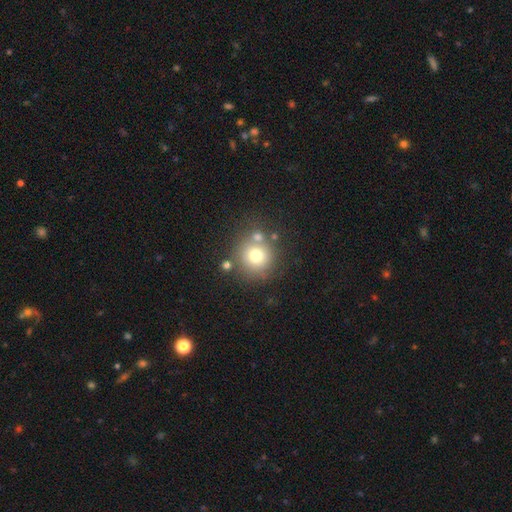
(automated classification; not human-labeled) A smooth galaxy with no disk features (72%) that is round (92%). Merging: none (69%).